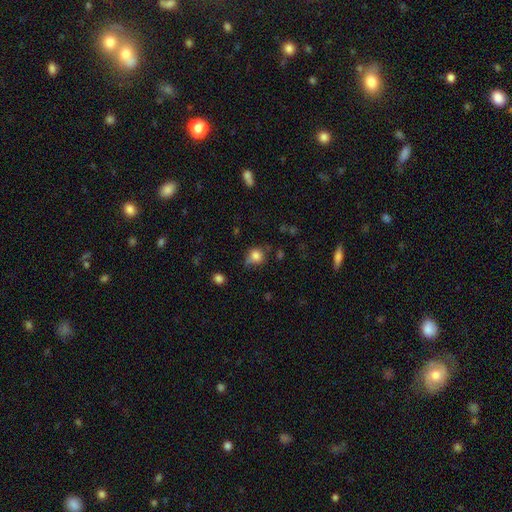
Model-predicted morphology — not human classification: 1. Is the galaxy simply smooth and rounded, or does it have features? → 81% smooth, 12% star or artifact, 7% featured or disk.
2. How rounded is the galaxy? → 80% round, 19% in between, 1% cigar-shaped.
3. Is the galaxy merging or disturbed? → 59% none, 28% minor disturbance, 7% major disturbance, 6% merger.